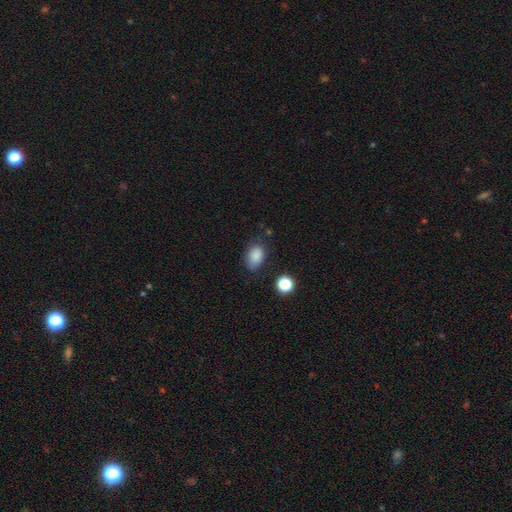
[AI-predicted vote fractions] This appears to be a smooth galaxy with no disk features (85%) that is in between round and cigar-shaped (79%). Merging: none (72%).